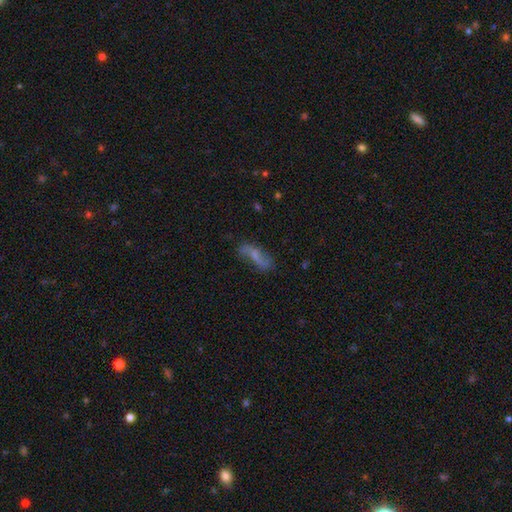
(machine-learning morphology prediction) This is possibly a featured or disk galaxy (53%). It is clearly not viewed edge-on (85%). Merging: likely none (61%).